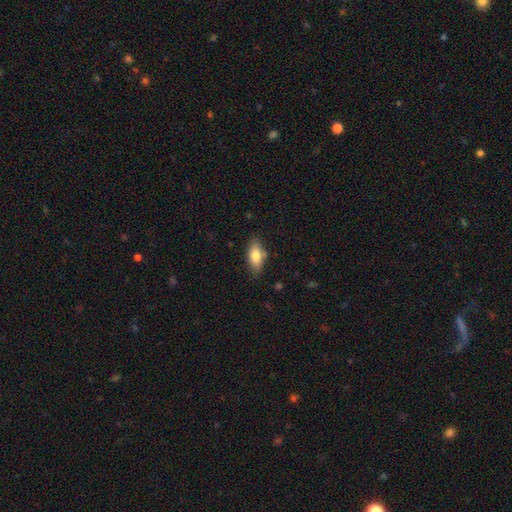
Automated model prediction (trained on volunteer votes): Q: Smooth or featured?
A: smooth (76%); runner-up: featured or disk (17%)
Q: How rounded?
A: in between (81%); runner-up: cigar-shaped (16%)
Q: Merging?
A: none (81%); runner-up: minor disturbance (14%)